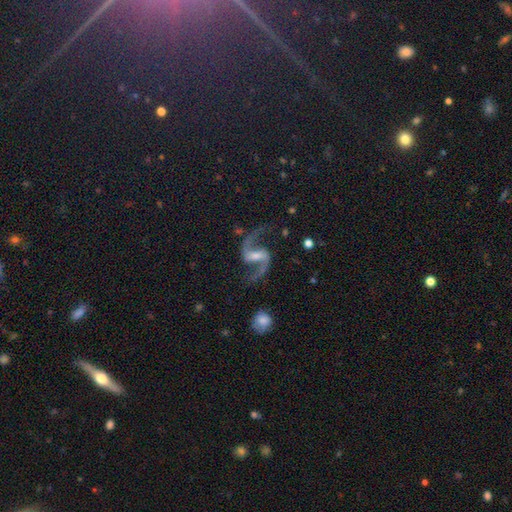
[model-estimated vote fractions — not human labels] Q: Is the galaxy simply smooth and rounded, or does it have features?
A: featured or disk — 93%.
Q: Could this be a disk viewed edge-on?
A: no — 98%.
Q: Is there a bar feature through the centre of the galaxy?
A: weak — 43%.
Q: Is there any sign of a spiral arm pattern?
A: yes — 98%.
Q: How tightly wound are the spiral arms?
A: loose — 58%.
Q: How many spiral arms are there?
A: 2 — 95%.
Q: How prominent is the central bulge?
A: small — 45%.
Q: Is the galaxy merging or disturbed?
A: none — 81%.